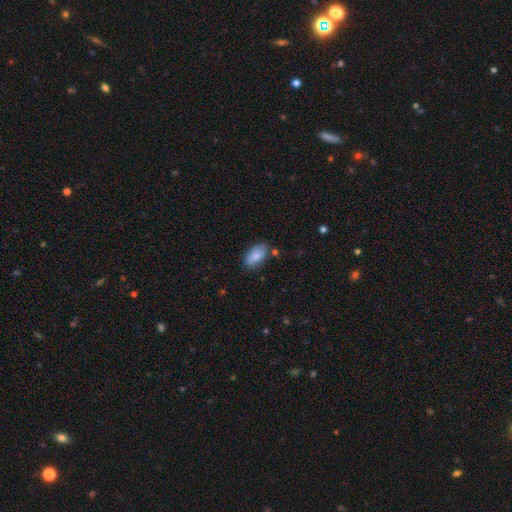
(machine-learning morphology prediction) This is clearly a smooth galaxy (81%). How rounded: clearly in between (93%). Merging: likely none (73%).